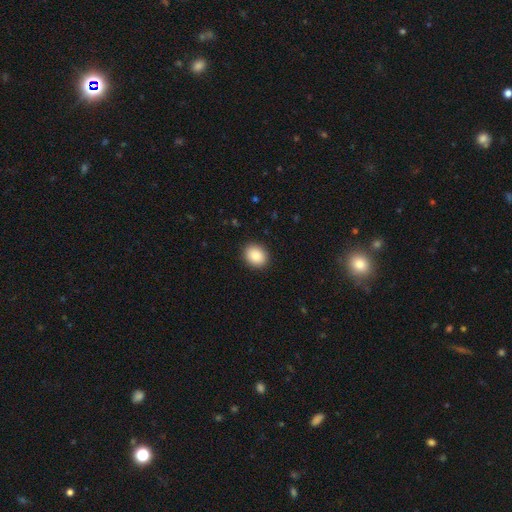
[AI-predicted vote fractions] This is clearly a smooth galaxy (88%). How rounded: possibly round (56%). Merging: clearly none (91%).